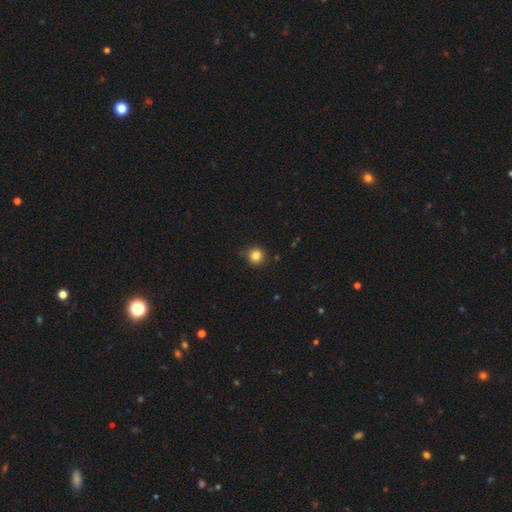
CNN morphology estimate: A smooth galaxy with no disk features (83%) that is round (91%).

Vote fractions:
- Smooth or featured? smooth: 83% / star or artifact: 12% / featured or disk: 5%
- How rounded? round: 91% / in between: 8% / cigar-shaped: 1%
- Merging? none: 82% / minor disturbance: 13% / major disturbance: 3% / merger: 2%